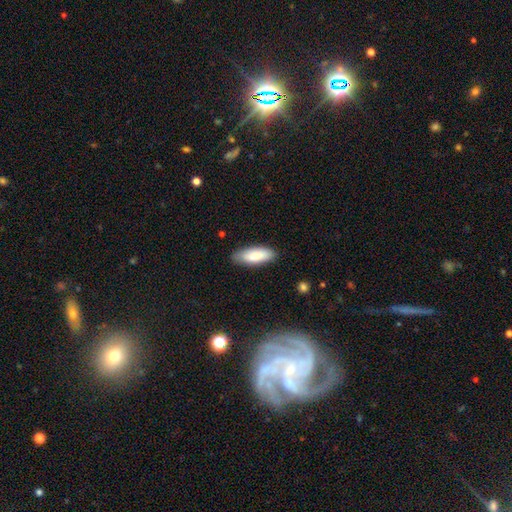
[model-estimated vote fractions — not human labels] The model was most divided on "how rounded": in between: 72%, cigar-shaped: 26%, round: 2%. More confident: smooth or featured — smooth (84%); merging — none (83%).